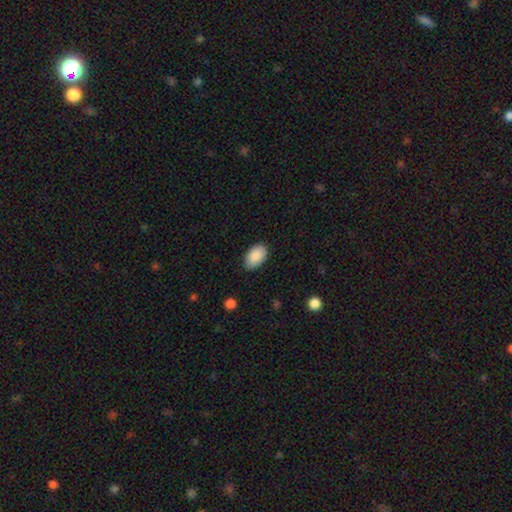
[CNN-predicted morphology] Smooth or featured: smooth — 90% (star or artifact — 6%)
How rounded: in between — 94% (round — 5%)
Merging: none — 84% (minor disturbance — 13%)